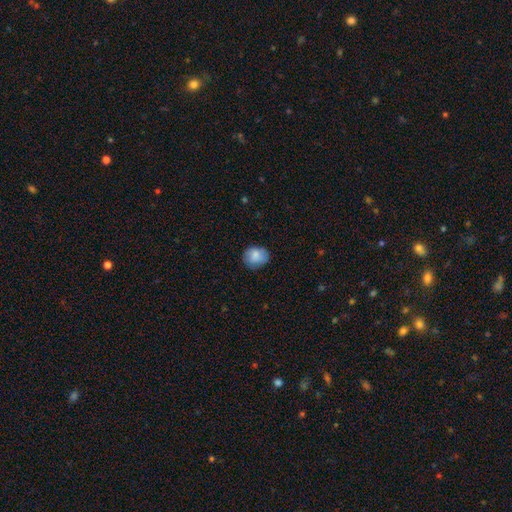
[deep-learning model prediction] smooth_or_featured: smooth (p=0.84) [alt: featured or disk p=0.09]
how_rounded: round (p=0.60) [alt: in between p=0.39]
merging: none (p=0.77) [alt: minor disturbance p=0.18]